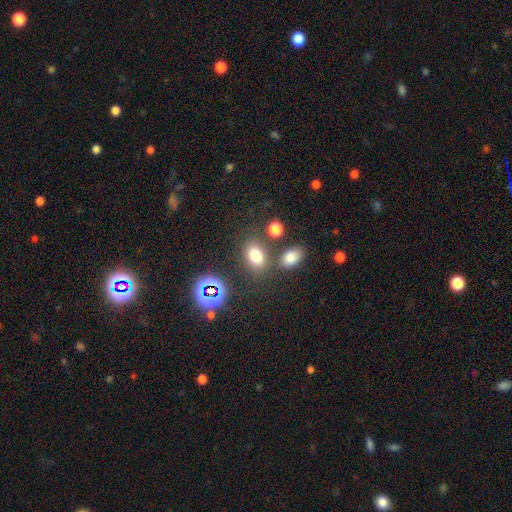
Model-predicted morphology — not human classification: smooth-or-featured: smooth: 73% | star or artifact: 17% | featured or disk: 10%
  how-rounded: in between: 76% | round: 23% | cigar-shaped: 2%
  merging: none: 71% | minor disturbance: 12% | merger: 12% | major disturbance: 5%